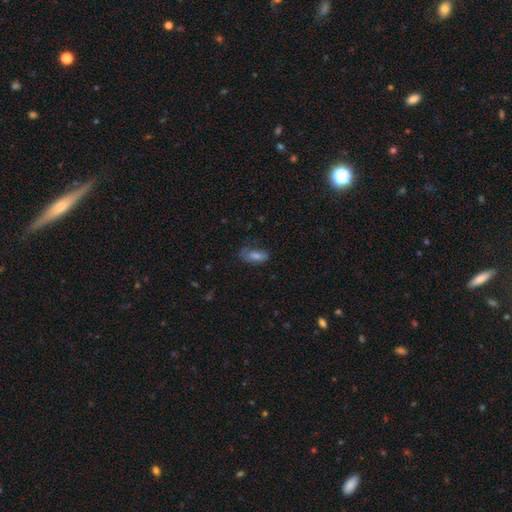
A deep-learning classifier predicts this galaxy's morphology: Smooth or featured? Predicted: smooth (p=0.59). How rounded? Predicted: in between (p=0.79). Merging? Predicted: none (p=0.58).